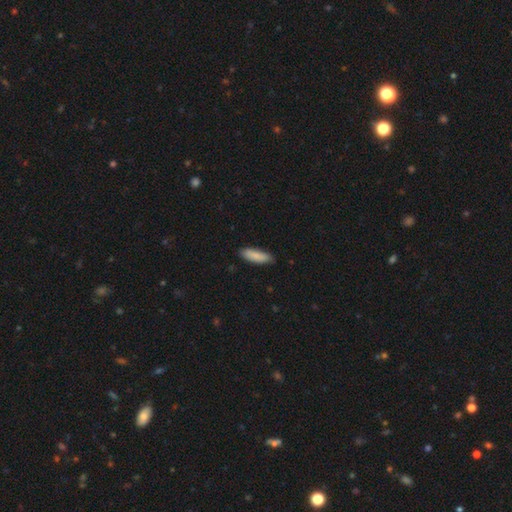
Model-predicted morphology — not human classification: smooth-or-featured: smooth: 85% | featured or disk: 9% | star or artifact: 6%
  how-rounded: in between: 52% | cigar-shaped: 47% | round: 2%
  merging: none: 83% | minor disturbance: 14% | major disturbance: 2% | merger: 1%